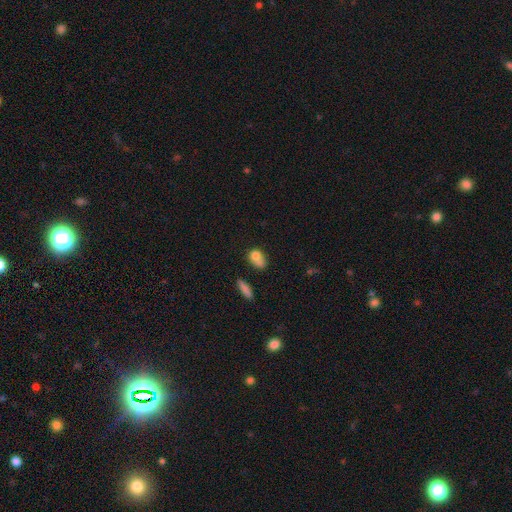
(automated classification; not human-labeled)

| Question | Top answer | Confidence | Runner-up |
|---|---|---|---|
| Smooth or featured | smooth | 74% | featured or disk (16%) |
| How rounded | in between | 56% | round (40%) |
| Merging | merger | 38% | none (33%) |